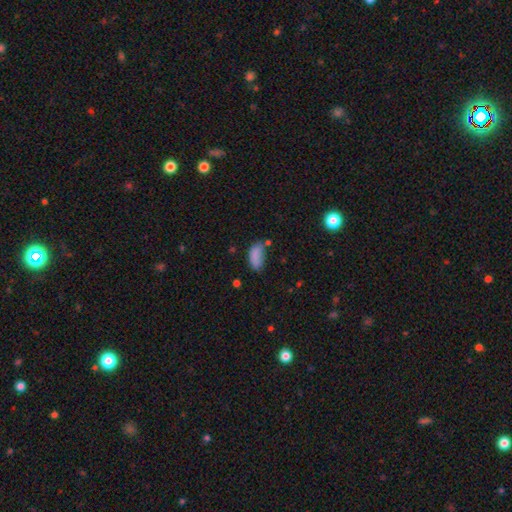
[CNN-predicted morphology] smooth 83%, star or artifact 10%, featured or disk 7%. Down the decision tree: how rounded — in between (91%); merging — none (49%).